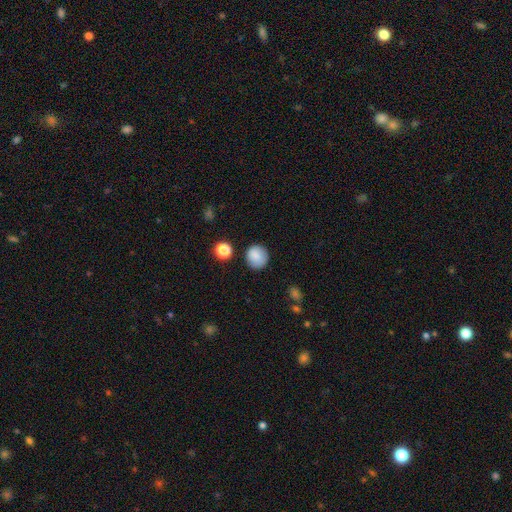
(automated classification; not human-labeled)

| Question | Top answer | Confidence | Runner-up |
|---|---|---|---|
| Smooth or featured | smooth | 85% | star or artifact (9%) |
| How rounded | round | 88% | in between (11%) |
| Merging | none | 84% | minor disturbance (11%) |